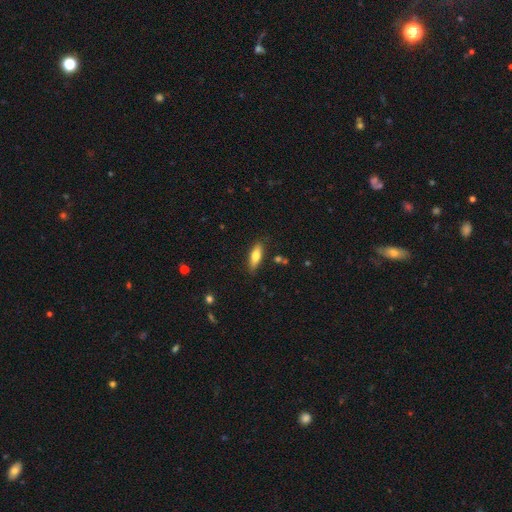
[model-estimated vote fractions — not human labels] A smooth galaxy with no disk features (73%) that is in between round and cigar-shaped (55%).

Vote fractions:
- Smooth or featured? smooth: 73% / featured or disk: 21% / star or artifact: 7%
- How rounded? in between: 55% / cigar-shaped: 43% / round: 2%
- Merging? none: 83% / minor disturbance: 12% / major disturbance: 3% / merger: 2%